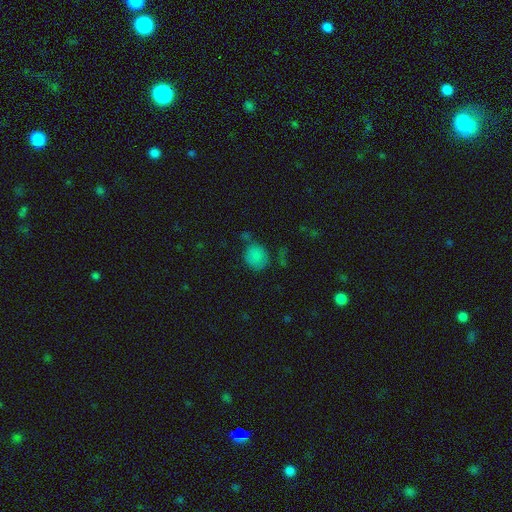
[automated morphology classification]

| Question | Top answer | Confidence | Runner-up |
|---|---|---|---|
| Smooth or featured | smooth | 79% | star or artifact (14%) |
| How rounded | round | 75% | in between (24%) |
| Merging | none | 59% | minor disturbance (19%) |